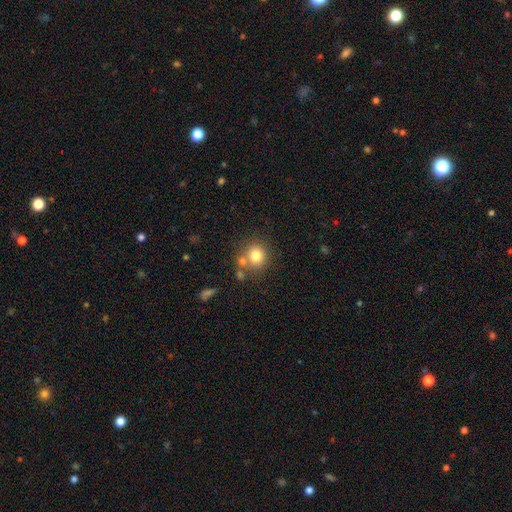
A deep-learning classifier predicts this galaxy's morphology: smooth_or_featured: smooth (p=0.79) [alt: star or artifact p=0.12]
how_rounded: round (p=0.86) [alt: in between p=0.13]
merging: none (p=0.64) [alt: merger p=0.20]